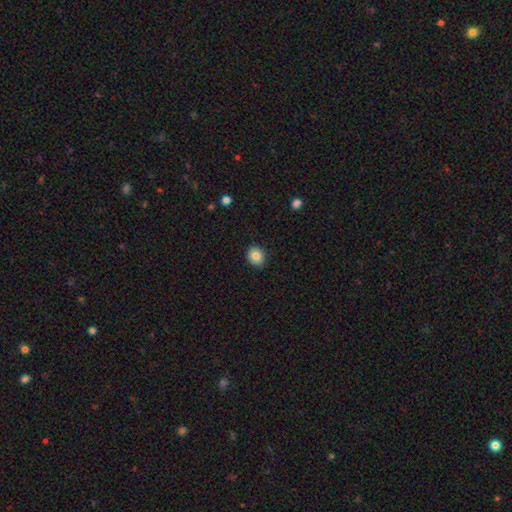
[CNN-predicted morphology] smooth-or-featured: smooth: 82% | star or artifact: 9% | featured or disk: 9%
  how-rounded: round: 63% | in between: 36% | cigar-shaped: 1%
  merging: none: 88% | minor disturbance: 9% | major disturbance: 2% | merger: 1%